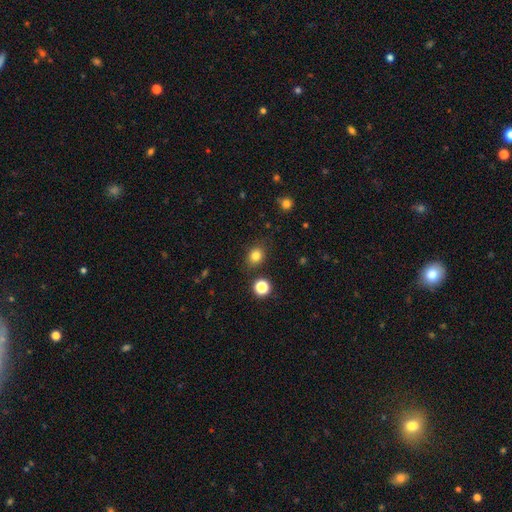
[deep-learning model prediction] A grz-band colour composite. It shows a smooth galaxy with no disk features (81%) that is round (58%). Merging: none (83%).